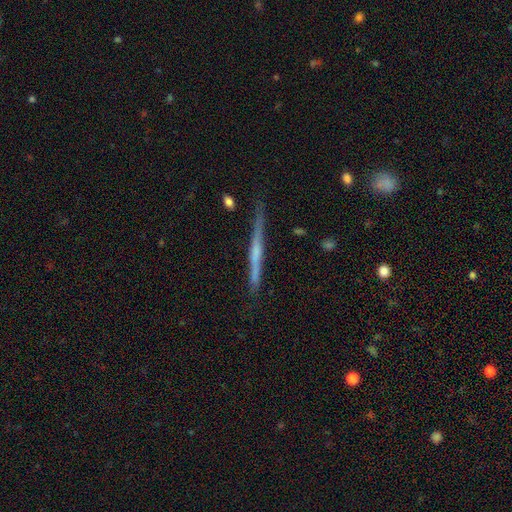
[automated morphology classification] Overall: featured or disk (66%; smooth 27%). Edge-on disk: yes (97%). Edge-on bulge: none (54%; rounded 34%). Merging: none (82%).